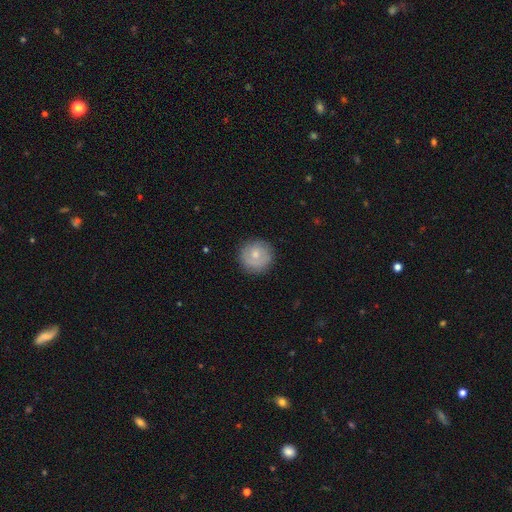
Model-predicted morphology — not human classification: The model was most divided on "smooth or featured": smooth: 63%, featured or disk: 29%, star or artifact: 7%. More confident: how rounded — round (94%); merging — none (86%).